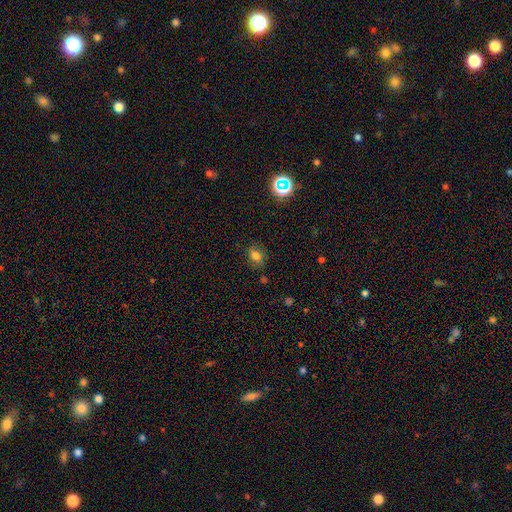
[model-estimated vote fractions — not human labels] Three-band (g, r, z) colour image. It shows a smooth galaxy with no disk features (74%) that is in between round and cigar-shaped (71%). Merging: none (79%).